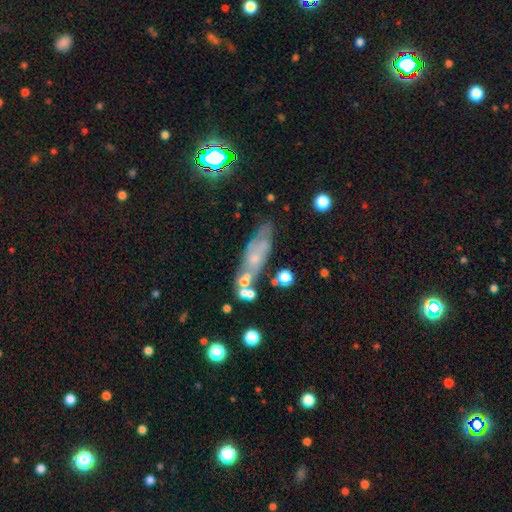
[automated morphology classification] A featured or disk galaxy (52%). Merging: none (56%).